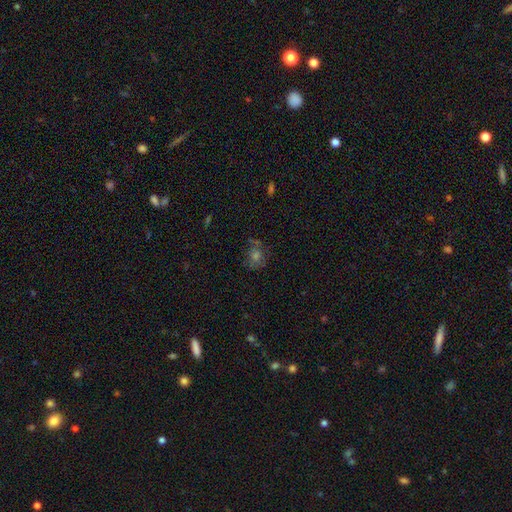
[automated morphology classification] A smooth galaxy with no disk features (39%). Merging: none (66%).